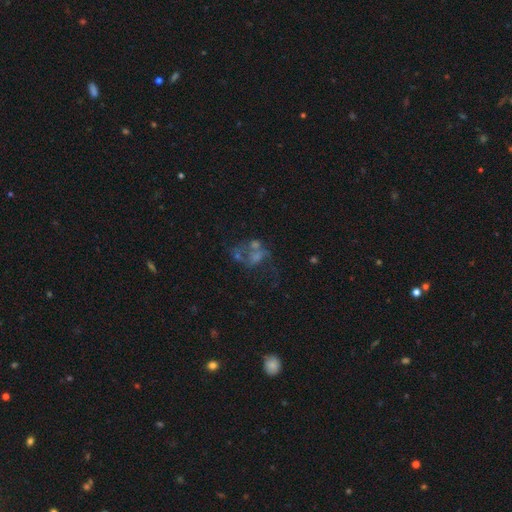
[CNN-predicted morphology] type=featured or disk (54%); edge-on=no (97%); bar=no (80%); spiral arms=no (70%); bulge=none (47%); merging=major disturbance (30%).